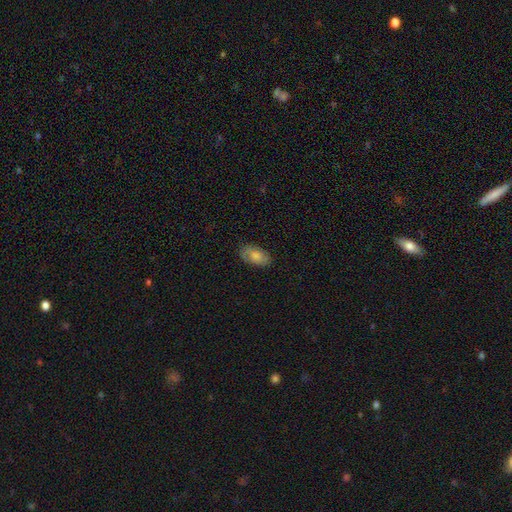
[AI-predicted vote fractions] Smooth or featured?
  - smooth: 76% *
  - featured or disk: 17%
  - star or artifact: 7%
How rounded?
  - in between: 93% *
  - round: 4%
  - cigar-shaped: 2%
Merging?
  - none: 80% *
  - minor disturbance: 16%
  - major disturbance: 4%
  - merger: 1%